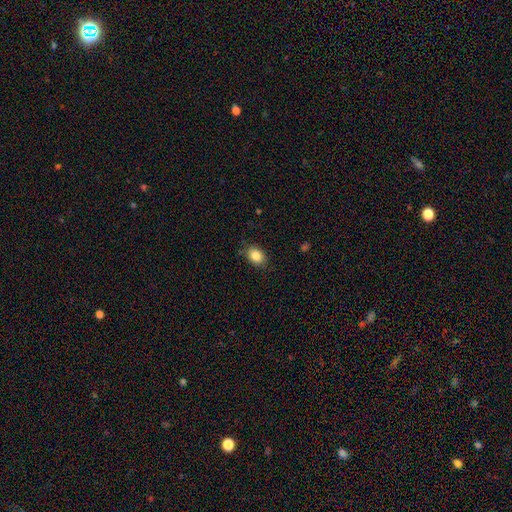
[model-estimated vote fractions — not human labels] Smooth or featured? Predicted: smooth (p=0.85). How rounded? Predicted: in between (p=0.70). Merging? Predicted: none (p=0.81).